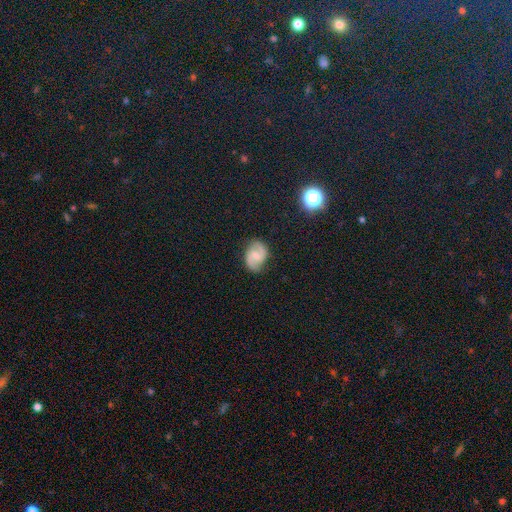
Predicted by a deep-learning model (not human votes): A featured or disk galaxy (72%) with a weak bar (53%), 2 (91%) medium (54%) spiral arms (94%) and a moderate central bulge (44%).

Vote fractions:
- Smooth or featured? featured or disk: 72% / smooth: 21% / star or artifact: 7%
- Edge-on disk? no: 98% / yes: 2%
- Bar? weak: 53% / no: 34% / strong: 13%
- Spiral arms? yes: 94% / no: 6%
- Spiral winding? medium: 54% / tight: 23% / loose: 22%
- Spiral arm count? 2: 91% / can't tell: 4% / 1: 2% / 3: 1% / 4: 1% / more than 4: 1%
- Bulge size? moderate: 44% / small: 43% / none: 9% / large: 3% / dominant: 1%
- Merging? none: 82% / minor disturbance: 14% / major disturbance: 3% / merger: 1%